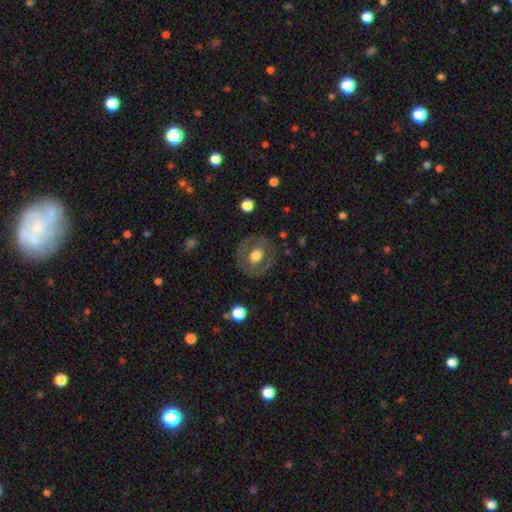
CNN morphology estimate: This appears to be a smooth galaxy with no disk features (50%) that is round (69%). Merging: none (80%).